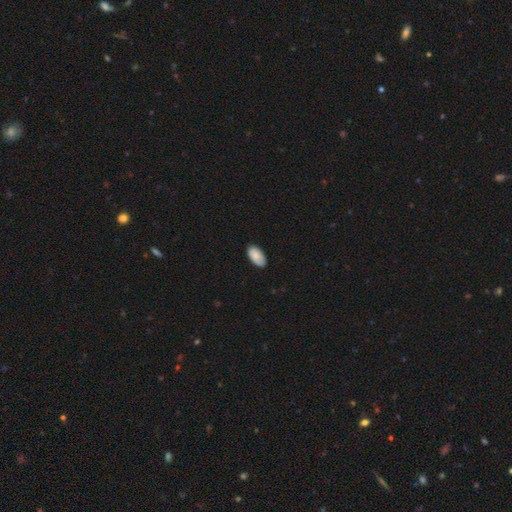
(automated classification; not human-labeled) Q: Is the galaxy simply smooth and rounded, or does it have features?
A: smooth — 84%.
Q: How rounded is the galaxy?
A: in between — 95%.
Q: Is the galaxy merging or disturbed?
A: none — 81%.